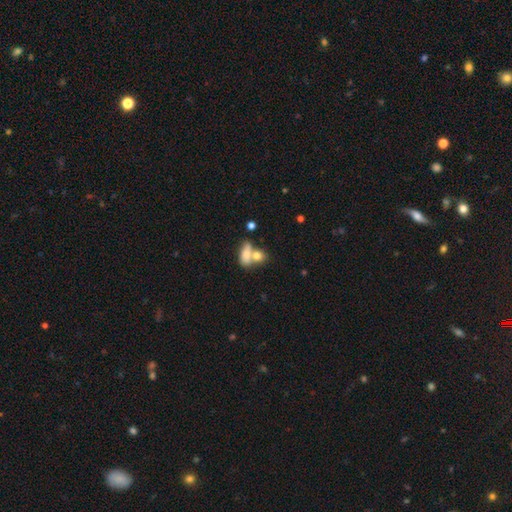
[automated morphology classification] smooth 75%, featured or disk 16%, star or artifact 8%. Down the decision tree: how rounded — in between (68%); merging — merger (59%).